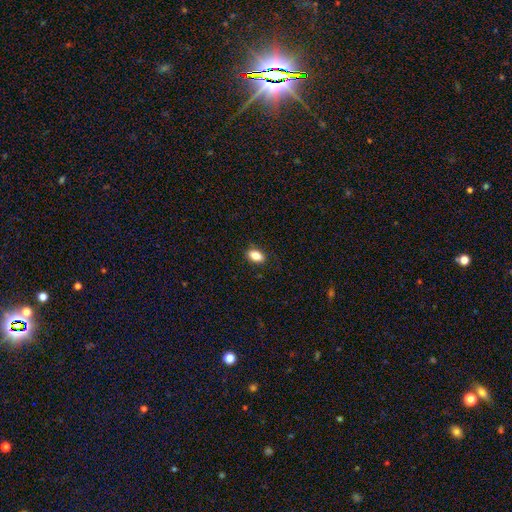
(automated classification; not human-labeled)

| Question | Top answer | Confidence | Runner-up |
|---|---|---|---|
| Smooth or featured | smooth | 85% | star or artifact (8%) |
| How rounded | in between | 88% | round (9%) |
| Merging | none | 87% | minor disturbance (10%) |